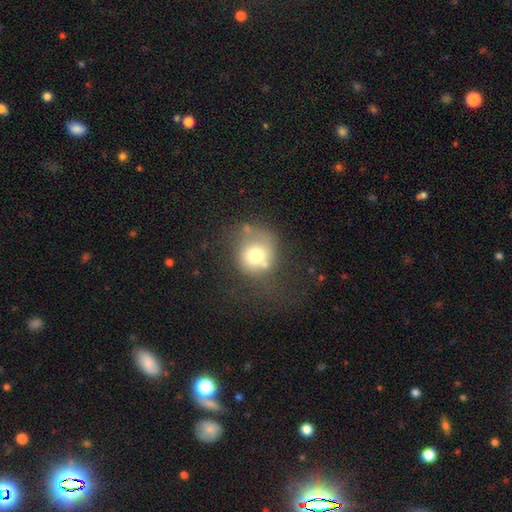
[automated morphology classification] Overall: smooth (69%). How rounded: round (83%). Merging: none (47%; minor disturbance 22%).